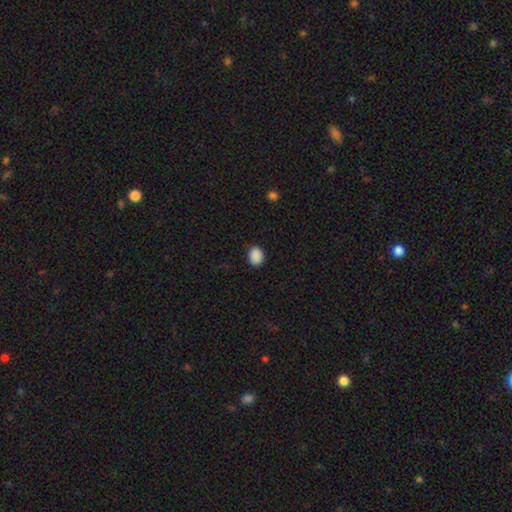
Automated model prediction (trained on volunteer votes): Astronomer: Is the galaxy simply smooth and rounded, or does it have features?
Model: smooth — 90%.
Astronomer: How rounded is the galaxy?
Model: in between — 64%.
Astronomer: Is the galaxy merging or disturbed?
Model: none — 89%.